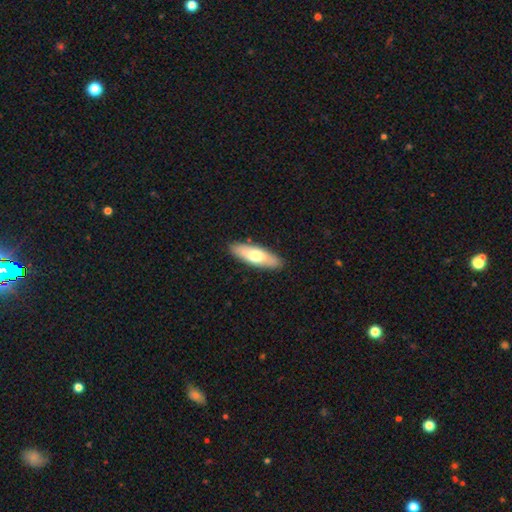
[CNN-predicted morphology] Smooth or featured: smooth — 63% (featured or disk — 32%)
How rounded: in between — 53% (cigar-shaped — 45%)
Merging: none — 89% (minor disturbance — 8%)